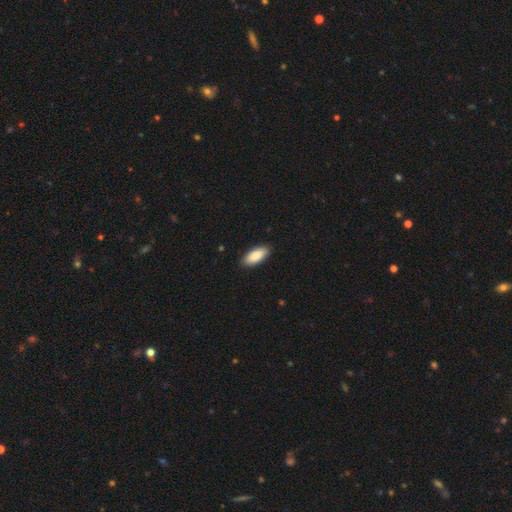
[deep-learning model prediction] Smooth or featured?
  - smooth: 89% *
  - featured or disk: 5%
  - star or artifact: 5%
How rounded?
  - in between: 87% *
  - cigar-shaped: 11%
  - round: 2%
Merging?
  - none: 88% *
  - minor disturbance: 9%
  - major disturbance: 2%
  - merger: 1%